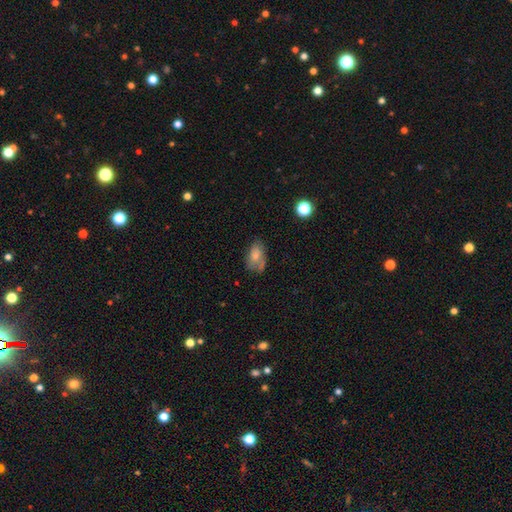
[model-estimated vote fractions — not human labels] This is likely a smooth galaxy (69%). How rounded: clearly in between (89%). Merging: possibly none (51%).